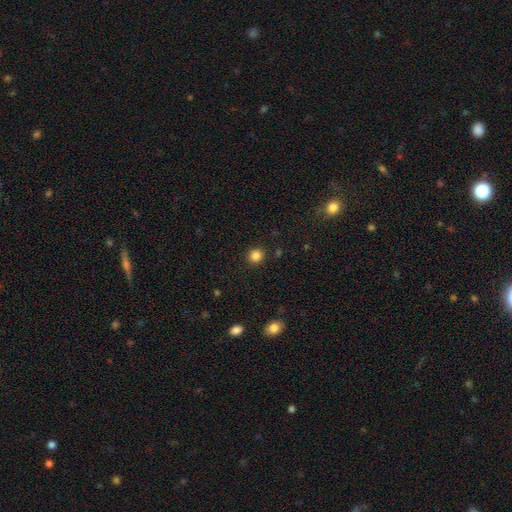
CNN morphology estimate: Q: Smooth or featured?
A: smooth (85%); runner-up: star or artifact (12%)
Q: How rounded?
A: round (91%); runner-up: in between (8%)
Q: Merging?
A: none (91%); runner-up: minor disturbance (6%)